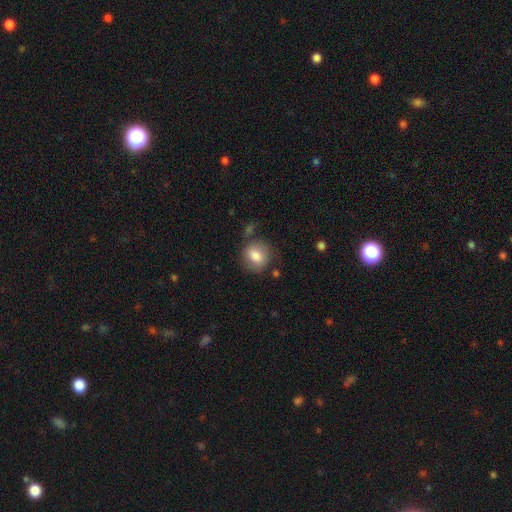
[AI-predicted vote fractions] This appears to be a smooth galaxy with no disk features (77%) that is round (68%). Merging: none (72%).